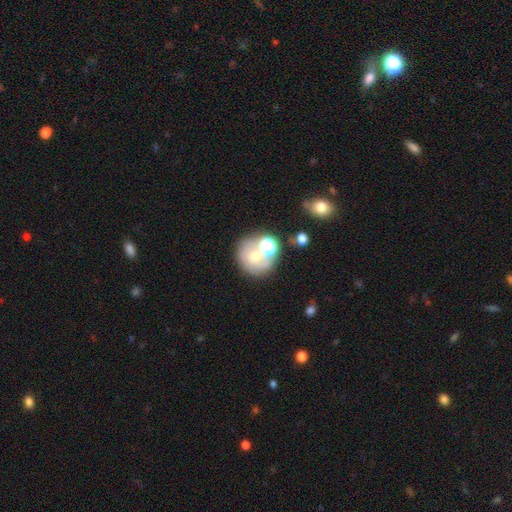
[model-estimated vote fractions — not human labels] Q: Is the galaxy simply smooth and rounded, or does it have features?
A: smooth — 48%.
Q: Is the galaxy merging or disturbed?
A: none — 49%.